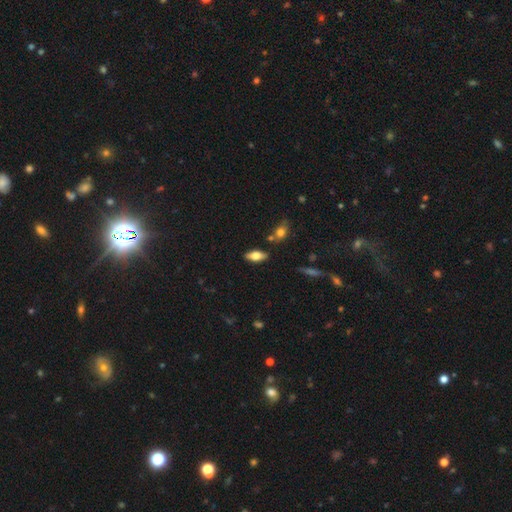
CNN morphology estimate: This is likely a smooth galaxy (65%). How rounded: clearly in between (81%). Merging: clearly none (82%).